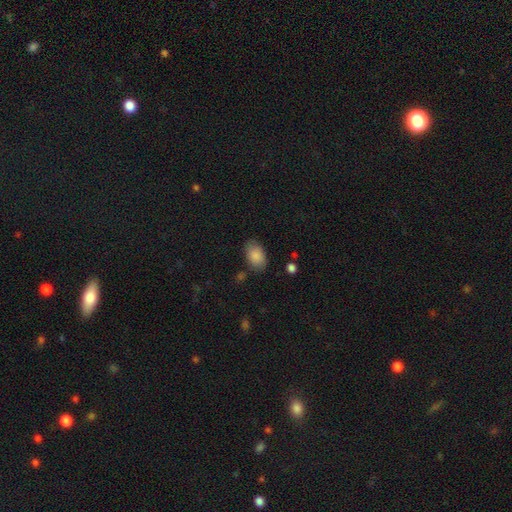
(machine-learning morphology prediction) Q: Smooth or featured?
A: smooth (87%); runner-up: star or artifact (7%)
Q: How rounded?
A: in between (90%); runner-up: round (9%)
Q: Merging?
A: none (80%); runner-up: minor disturbance (14%)